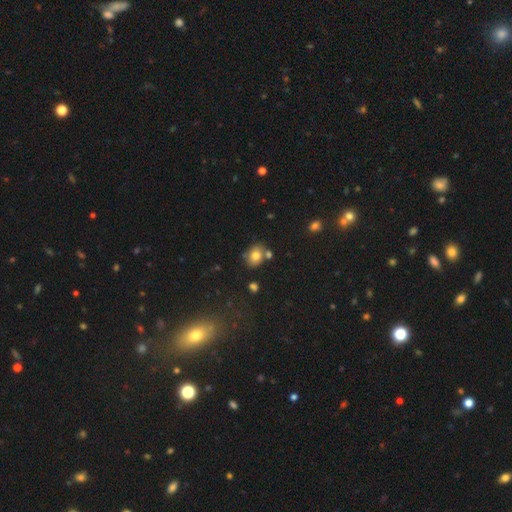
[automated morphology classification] A smooth galaxy with no disk features (75%) that is round (54%).

Vote fractions:
- Smooth or featured? smooth: 75% / featured or disk: 13% / star or artifact: 12%
- How rounded? round: 54% / in between: 45% / cigar-shaped: 1%
- Merging? none: 68% / merger: 16% / minor disturbance: 13% / major disturbance: 3%